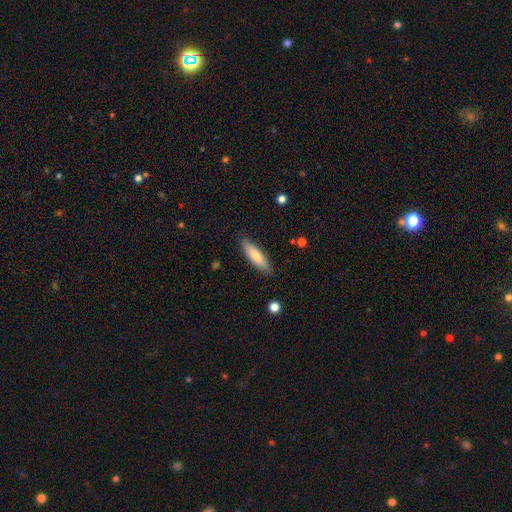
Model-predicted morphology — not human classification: Smooth or featured? smooth (73%)
How rounded? cigar-shaped (62%)
Merging? none (87%)